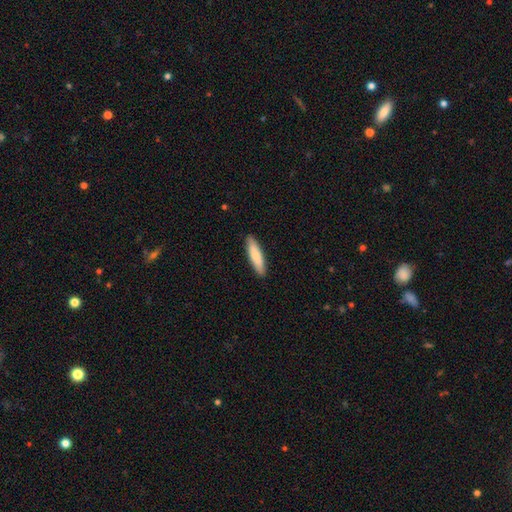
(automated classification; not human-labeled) Smooth or featured? Predicted: smooth (p=0.83). How rounded? Predicted: cigar-shaped (p=0.76). Merging? Predicted: none (p=0.90).